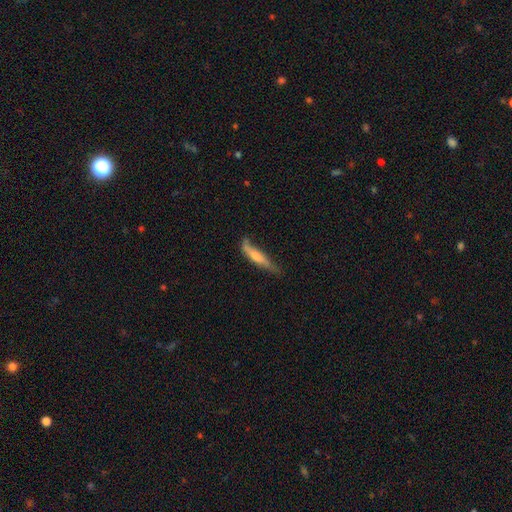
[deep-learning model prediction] smooth-or-featured: smooth: 49% | featured or disk: 44% | star or artifact: 7%
  merging: none: 48% | minor disturbance: 34% | major disturbance: 14% | merger: 4%